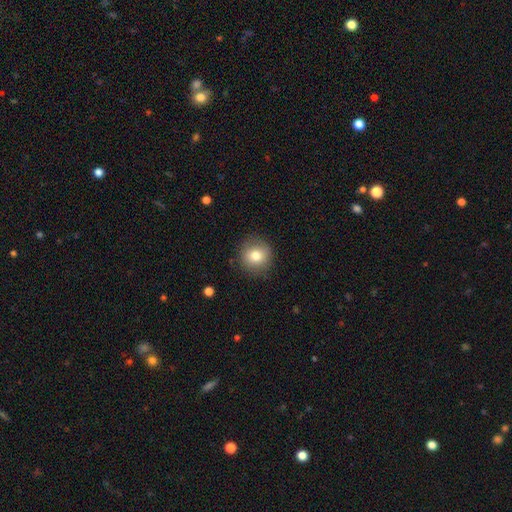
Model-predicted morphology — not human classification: Smooth or featured? smooth (78%)
How rounded? round (90%)
Merging? none (87%)